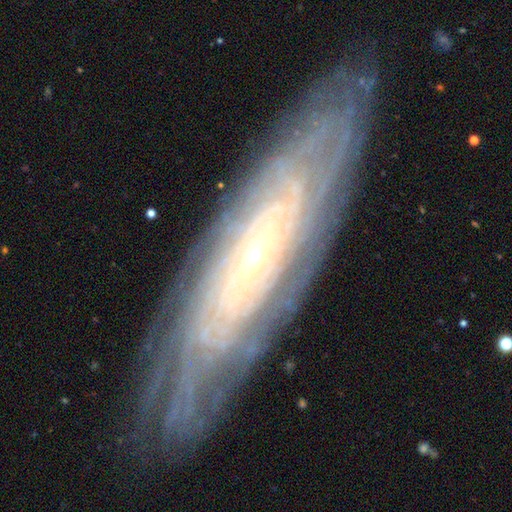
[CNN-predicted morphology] type=featured or disk (83%); edge-on=no (76%); bar=no (68%); spiral arms=yes (92%); winding=tight (83%); arm count=can't tell (55%); bulge=small (83%); merging=none (83%).